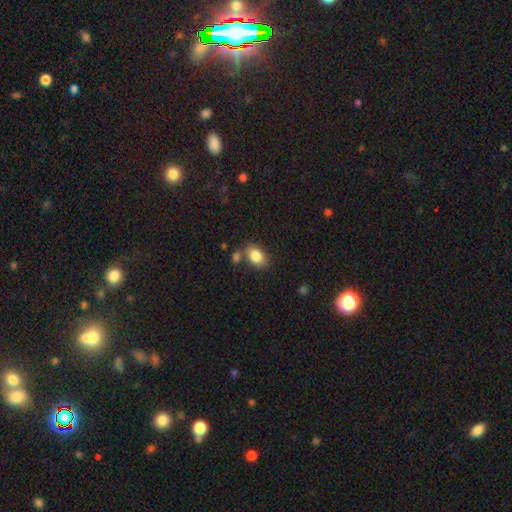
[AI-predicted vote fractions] Morphology: type=smooth (85%); roundness=in between (80%); merging=none (69%).